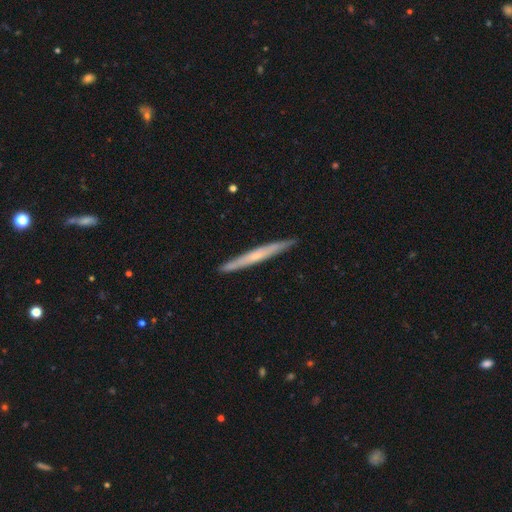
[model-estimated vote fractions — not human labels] smooth-or-featured: featured or disk: 58% | smooth: 36% | star or artifact: 6%
  disk-edge-on: yes: 96% | no: 4%
    edge-on-bulge: none: 56% | rounded: 39% | boxy: 5%
  merging: none: 90% | minor disturbance: 7% | major disturbance: 1% | merger: 1%